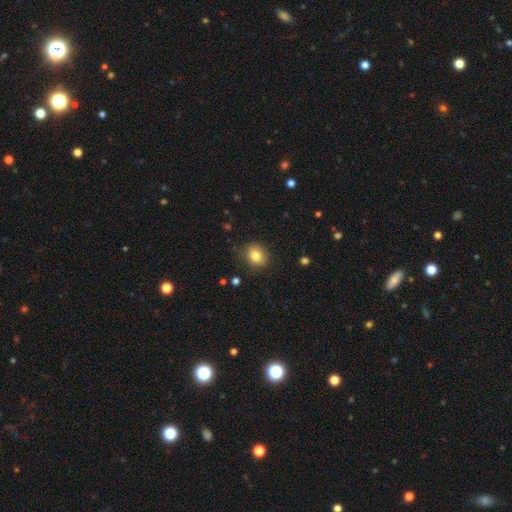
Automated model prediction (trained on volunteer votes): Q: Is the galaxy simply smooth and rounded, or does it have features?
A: smooth — 83%.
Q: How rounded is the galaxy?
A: round — 63%.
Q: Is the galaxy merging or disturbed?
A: none — 84%.